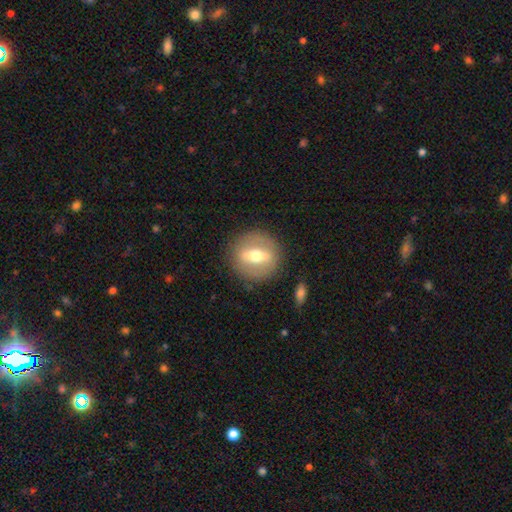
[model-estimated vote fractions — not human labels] This appears to be a featured or disk galaxy (58%). Merging: none (87%).